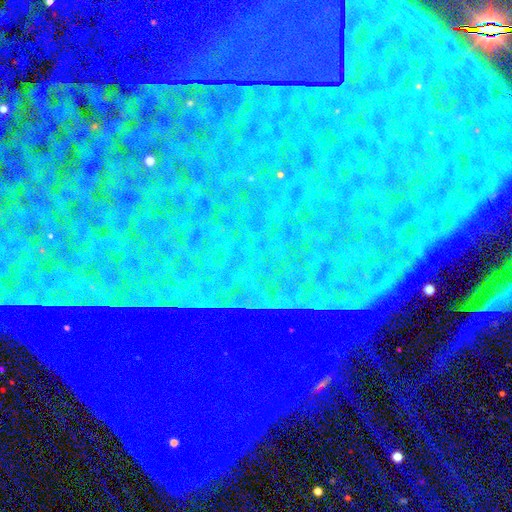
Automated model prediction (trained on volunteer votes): star or artifact 88%, smooth 7%, featured or disk 6%.